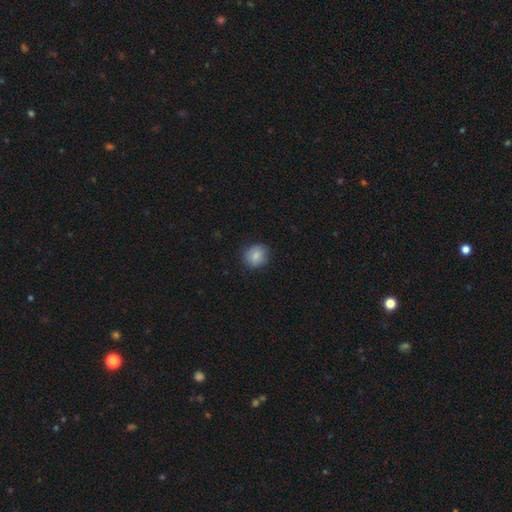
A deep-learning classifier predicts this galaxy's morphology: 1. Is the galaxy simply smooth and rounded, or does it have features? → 83% smooth, 9% featured or disk, 8% star or artifact.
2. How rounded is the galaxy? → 68% round, 31% in between, 1% cigar-shaped.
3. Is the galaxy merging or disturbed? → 84% none, 12% minor disturbance, 3% major disturbance, 1% merger.